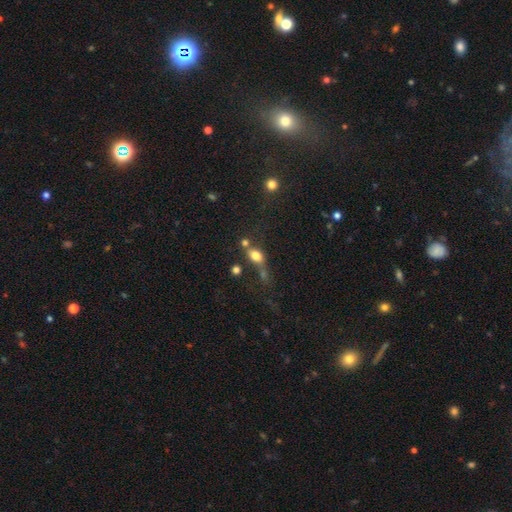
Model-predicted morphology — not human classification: Smooth or featured? smooth (72%)
How rounded? in between (52%)
Merging? none (39%)